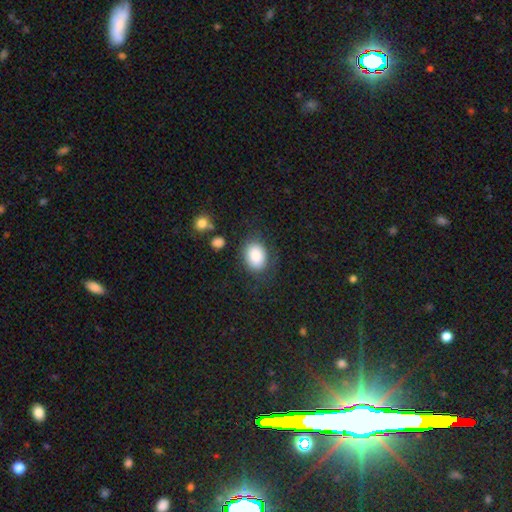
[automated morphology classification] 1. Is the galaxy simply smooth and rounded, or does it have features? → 86% smooth, 7% star or artifact, 6% featured or disk.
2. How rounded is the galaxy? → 69% in between, 30% round, 1% cigar-shaped.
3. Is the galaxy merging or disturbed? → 75% none, 15% minor disturbance, 7% major disturbance, 2% merger.